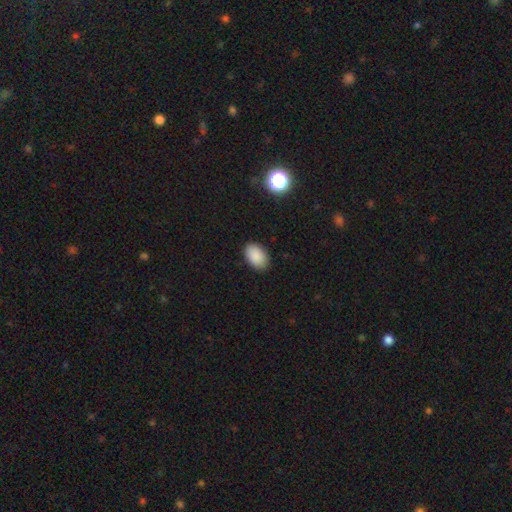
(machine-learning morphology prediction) This appears to be a smooth galaxy with no disk features (89%) that is in between round and cigar-shaped (89%). Merging: none (88%).